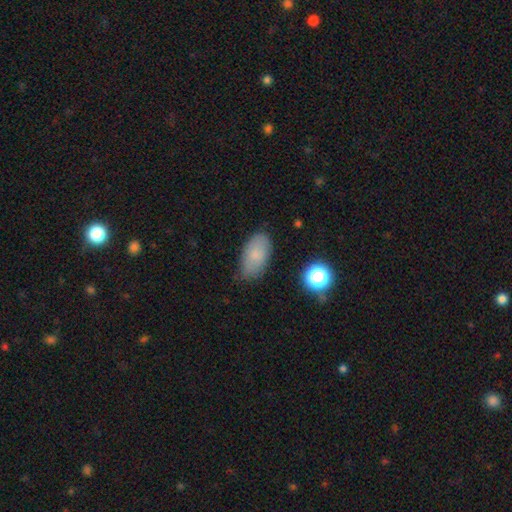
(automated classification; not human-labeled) Smooth or featured? Predicted: smooth (p=0.80). How rounded? Predicted: in between (p=0.93). Merging? Predicted: none (p=0.75).